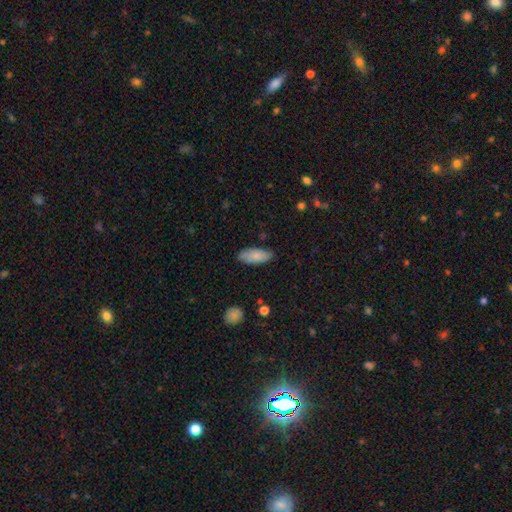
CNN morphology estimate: smooth-or-featured: smooth: 83% | featured or disk: 11% | star or artifact: 6%
  how-rounded: in between: 83% | cigar-shaped: 16% | round: 2%
  merging: none: 79% | minor disturbance: 16% | major disturbance: 3% | merger: 1%